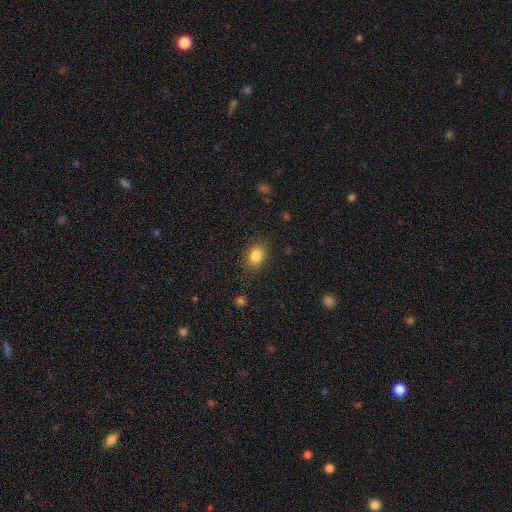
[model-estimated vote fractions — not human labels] Smooth or featured? Predicted: smooth (p=0.85). How rounded? Predicted: in between (p=0.62). Merging? Predicted: none (p=0.85).